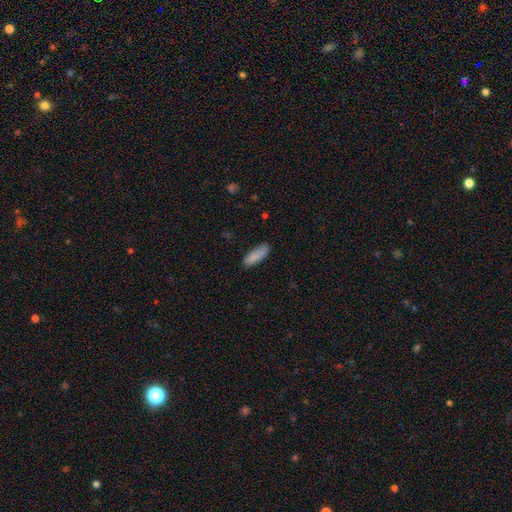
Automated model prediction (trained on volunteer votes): Smooth or featured?
  - smooth: 88% *
  - star or artifact: 7%
  - featured or disk: 5%
How rounded?
  - in between: 49% * (tied)
  - cigar-shaped: 49% * (tied)
  - round: 2%
Merging?
  - none: 83% *
  - minor disturbance: 13%
  - major disturbance: 2%
  - merger: 1%